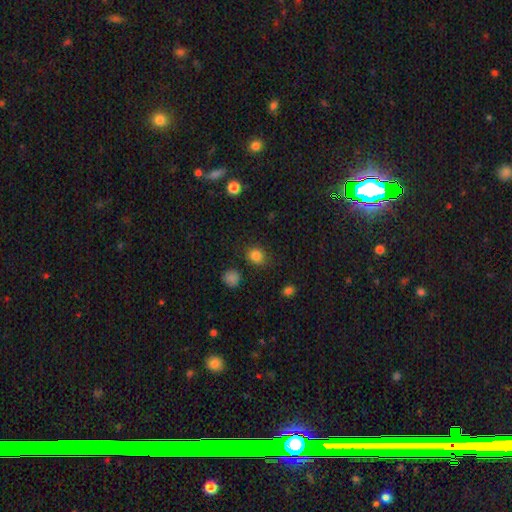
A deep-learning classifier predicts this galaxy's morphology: This appears to be a smooth galaxy with no disk features (83%) that is round (68%). Merging: none (85%).